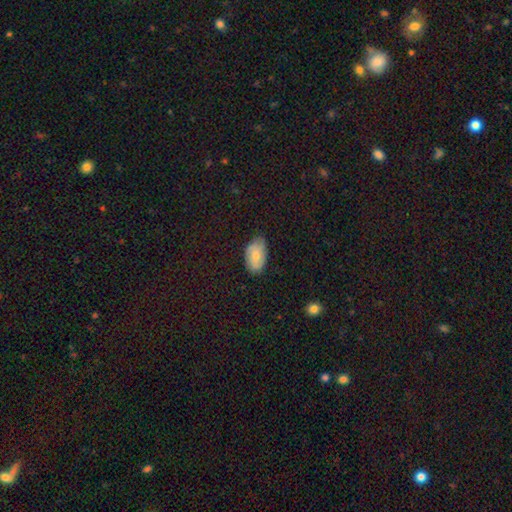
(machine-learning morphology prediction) Smooth or featured?
  - smooth: 71% *
  - featured or disk: 21%
  - star or artifact: 9%
How rounded?
  - in between: 93% *
  - round: 6%
  - cigar-shaped: 1%
Merging?
  - none: 73% *
  - minor disturbance: 22%
  - major disturbance: 4%
  - merger: 1%